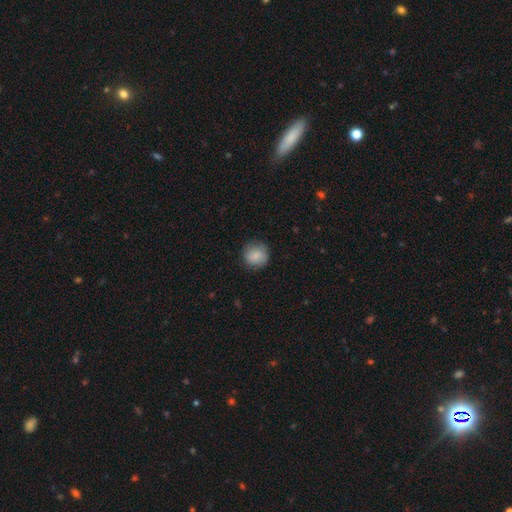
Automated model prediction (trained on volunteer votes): smooth_or_featured: smooth (p=0.85) [alt: star or artifact p=0.08]
how_rounded: round (p=0.91) [alt: in between p=0.08]
merging: none (p=0.83) [alt: minor disturbance p=0.13]